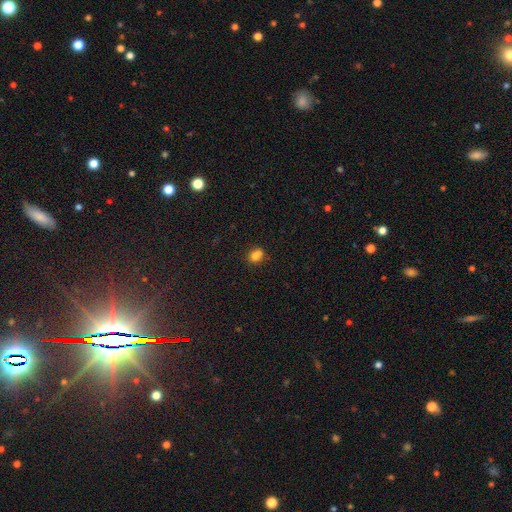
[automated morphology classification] Smooth or featured?
  - smooth: 76% *
  - star or artifact: 13%
  - featured or disk: 11%
How rounded?
  - round: 71% *
  - in between: 28%
  - cigar-shaped: 1%
Merging?
  - none: 49% *
  - merger: 32%
  - minor disturbance: 14%
  - major disturbance: 4%